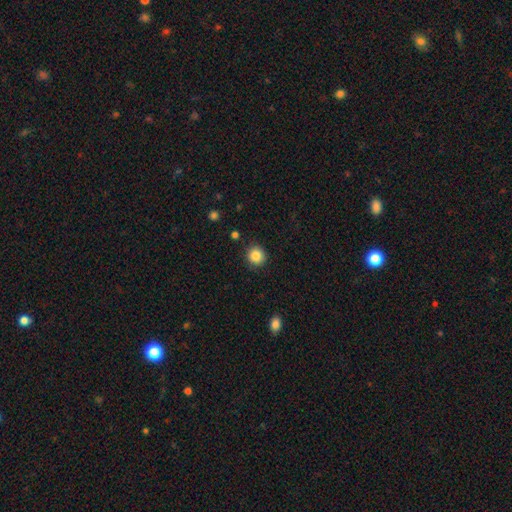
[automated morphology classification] Smooth or featured? smooth (86%)
How rounded? round (92%)
Merging? none (90%)